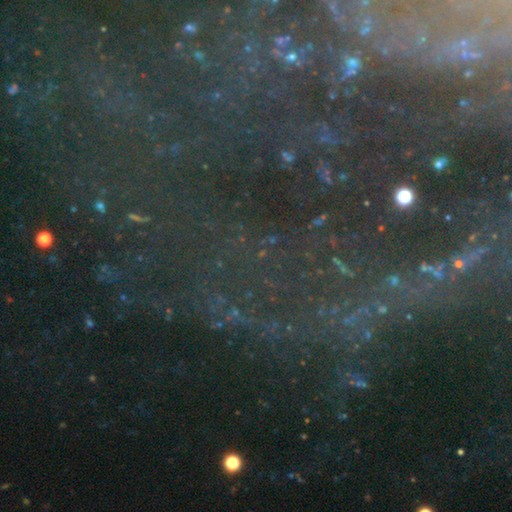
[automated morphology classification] A star or artifact, not a galaxy (74%).